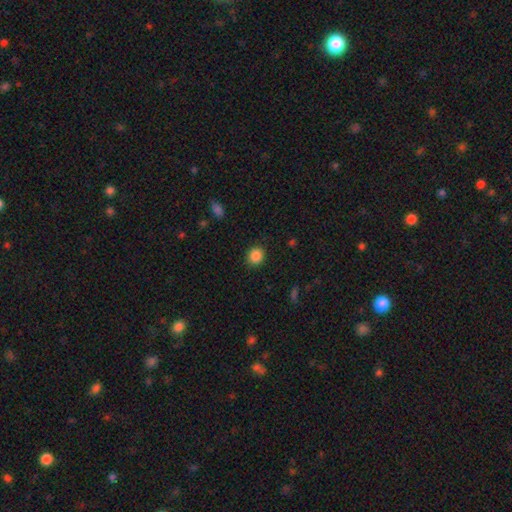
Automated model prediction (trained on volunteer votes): This is clearly a smooth galaxy (87%). How rounded: clearly round (81%). Merging: clearly none (90%).